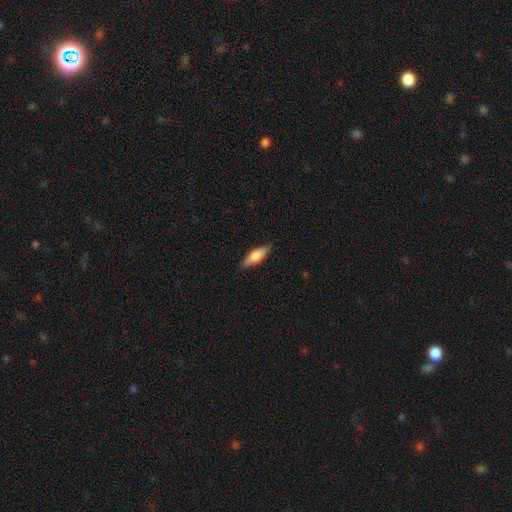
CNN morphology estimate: Smooth or featured: smooth — 73% (featured or disk — 21%)
How rounded: in between — 55% (cigar-shaped — 42%)
Merging: none — 86% (minor disturbance — 11%)